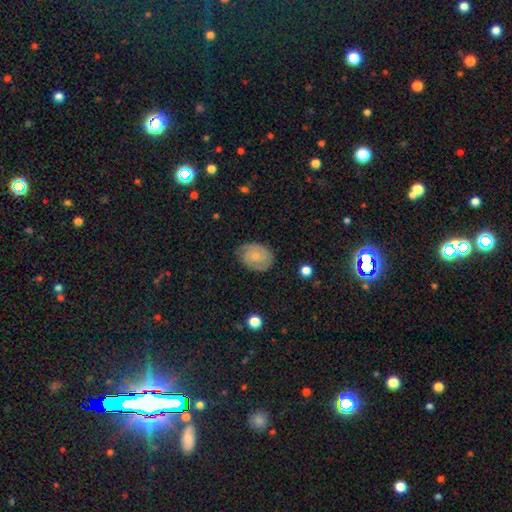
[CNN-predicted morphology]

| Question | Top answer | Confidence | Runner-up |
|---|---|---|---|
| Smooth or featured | smooth | 55% | featured or disk (36%) |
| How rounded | in between | 71% | round (28%) |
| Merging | none | 74% | minor disturbance (20%) |